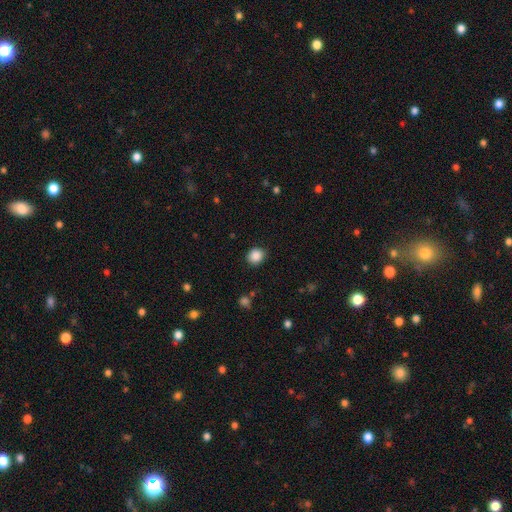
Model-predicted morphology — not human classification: This appears to be a smooth galaxy with no disk features (87%) that is round (78%). Merging: none (87%).